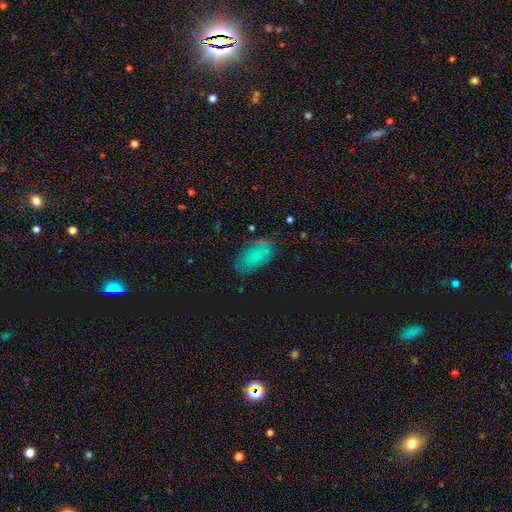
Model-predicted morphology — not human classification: smooth_or_featured: smooth (p=0.53) [alt: featured or disk p=0.26]
how_rounded: in between (p=0.91) [alt: round p=0.07]
merging: none (p=0.72) [alt: minor disturbance p=0.19]